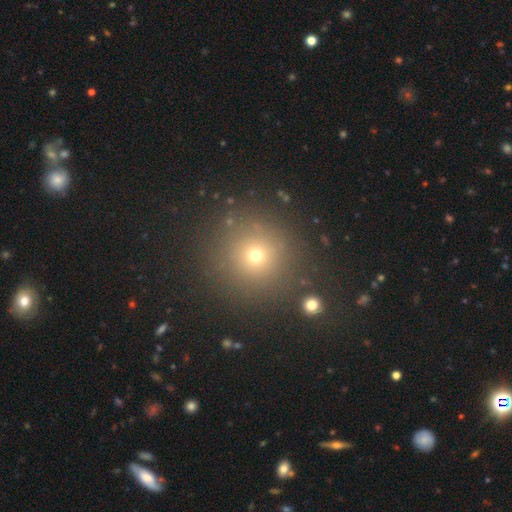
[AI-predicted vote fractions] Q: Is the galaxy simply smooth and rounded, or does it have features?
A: smooth — 67%.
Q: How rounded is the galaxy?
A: round — 94%.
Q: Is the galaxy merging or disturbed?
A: none — 86%.